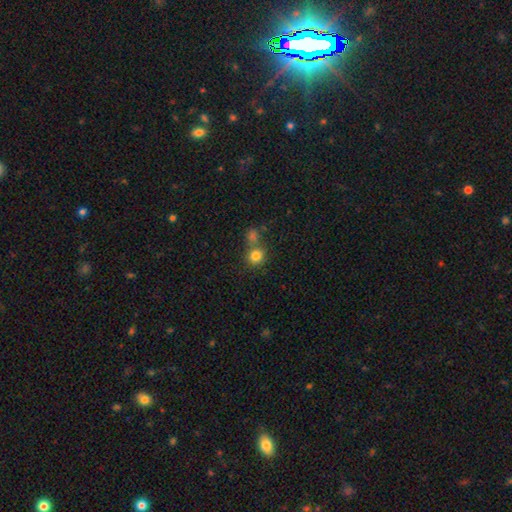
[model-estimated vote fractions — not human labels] Smooth or featured? Predicted: smooth (p=0.81). How rounded? Predicted: round (p=0.87). Merging? Predicted: none (p=0.61).